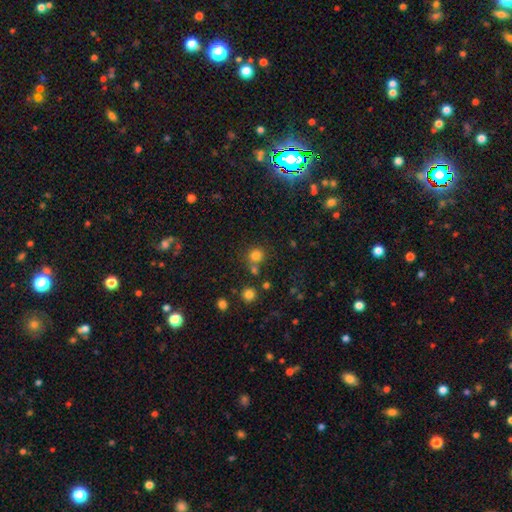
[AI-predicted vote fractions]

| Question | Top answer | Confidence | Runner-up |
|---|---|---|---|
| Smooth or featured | smooth | 77% | star or artifact (16%) |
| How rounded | round | 87% | in between (12%) |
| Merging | none | 67% | merger (20%) |